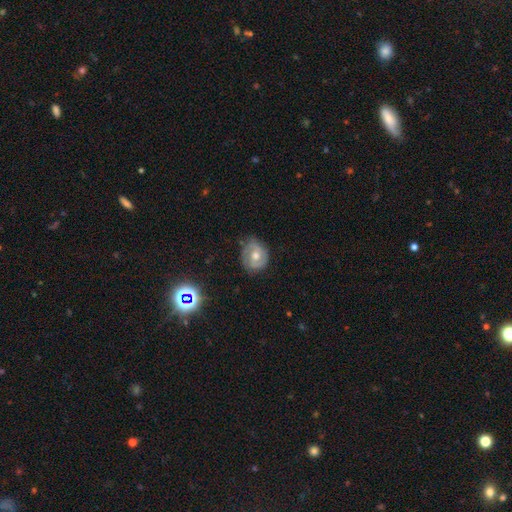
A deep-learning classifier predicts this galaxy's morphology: Q: Smooth or featured?
A: featured or disk (65%); runner-up: smooth (23%)
Q: Edge-on disk?
A: no (97%); runner-up: yes (3%)
Q: Bar?
A: no (60%); runner-up: weak (32%)
Q: Spiral arms?
A: yes (84%); runner-up: no (16%)
Q: Spiral winding?
A: tight (56%); runner-up: medium (34%)
Q: Spiral arm count?
A: 2 (60%); runner-up: can't tell (22%)
Q: Bulge size?
A: moderate (74%); runner-up: small (17%)
Q: Merging?
A: none (72%); runner-up: minor disturbance (21%)